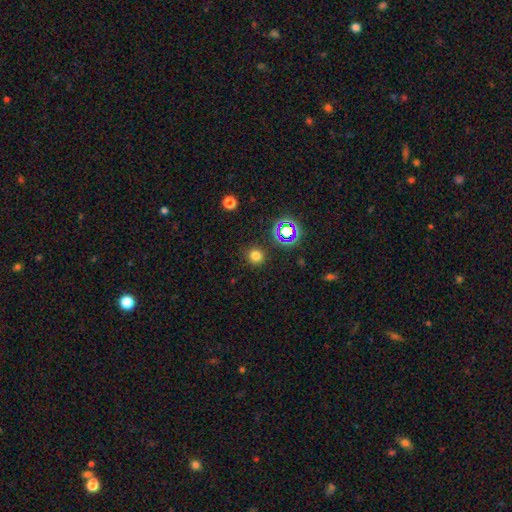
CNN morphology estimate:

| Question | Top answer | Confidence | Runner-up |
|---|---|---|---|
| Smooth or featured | smooth | 74% | star or artifact (20%) |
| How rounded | round | 92% | in between (7%) |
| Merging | none | 89% | minor disturbance (7%) |